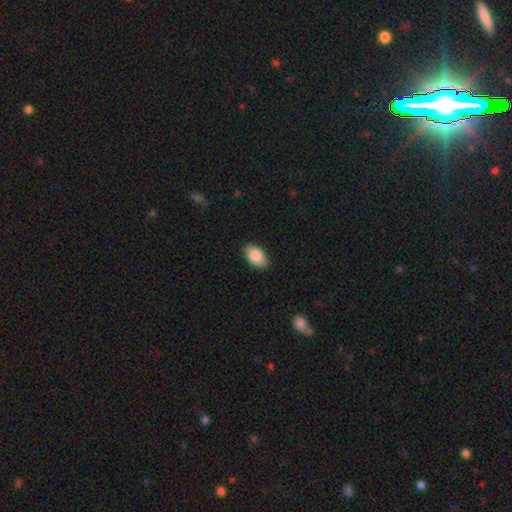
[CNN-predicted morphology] Smooth or featured? smooth (88%)
How rounded? in between (94%)
Merging? none (87%)